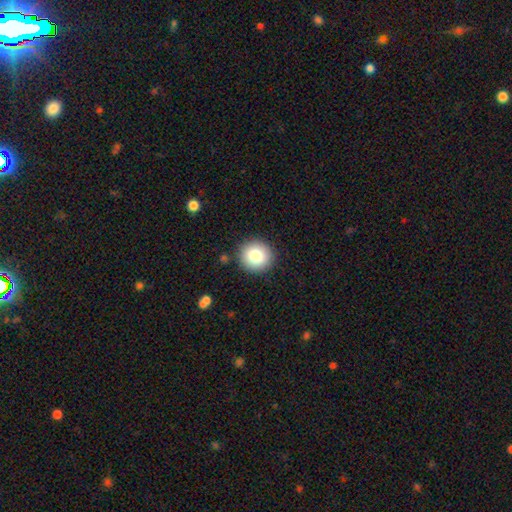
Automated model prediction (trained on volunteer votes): smooth 81%, featured or disk 10%, star or artifact 9%. Down the decision tree: how rounded — round (91%); merging — none (90%).